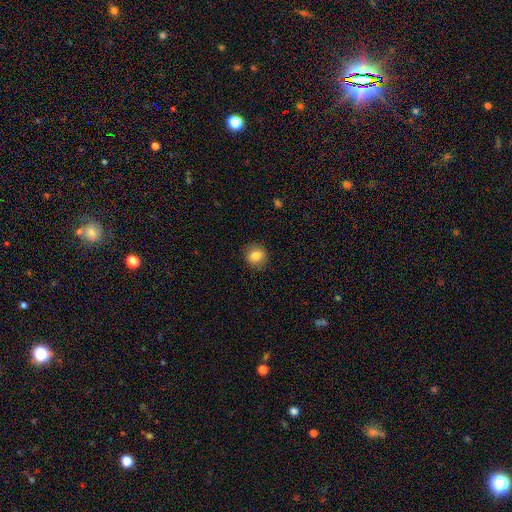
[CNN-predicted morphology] This appears to be a smooth galaxy with no disk features (82%) that is round (75%). Merging: none (87%).